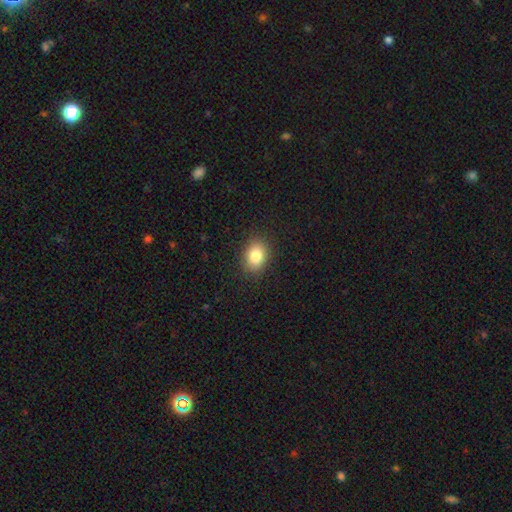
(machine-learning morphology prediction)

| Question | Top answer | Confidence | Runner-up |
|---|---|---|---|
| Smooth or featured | smooth | 85% | star or artifact (9%) |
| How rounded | in between | 69% | round (30%) |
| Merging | none | 87% | minor disturbance (9%) |